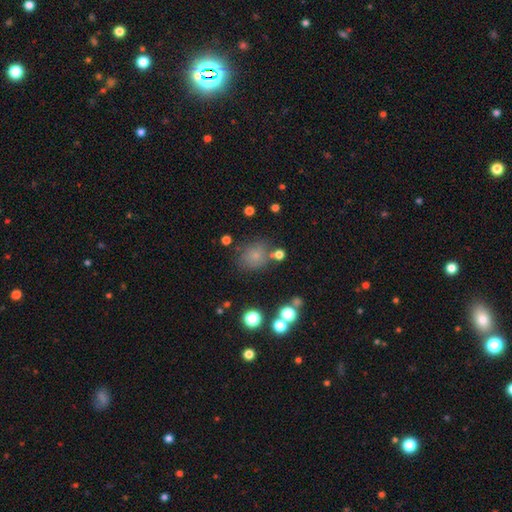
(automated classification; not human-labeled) A smooth galaxy with no disk features (71%) that is round (73%).

Vote fractions:
- Smooth or featured? smooth: 71% / star or artifact: 18% / featured or disk: 10%
- How rounded? round: 73% / in between: 26% / cigar-shaped: 1%
- Merging? none: 72% / minor disturbance: 14% / merger: 9% / major disturbance: 6%